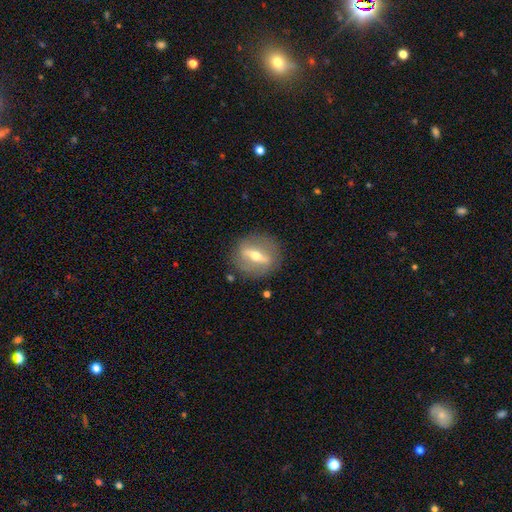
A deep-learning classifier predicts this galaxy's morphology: This is likely a featured or disk galaxy (71%). It is possibly not viewed edge-on (54%). Merging: clearly none (85%).